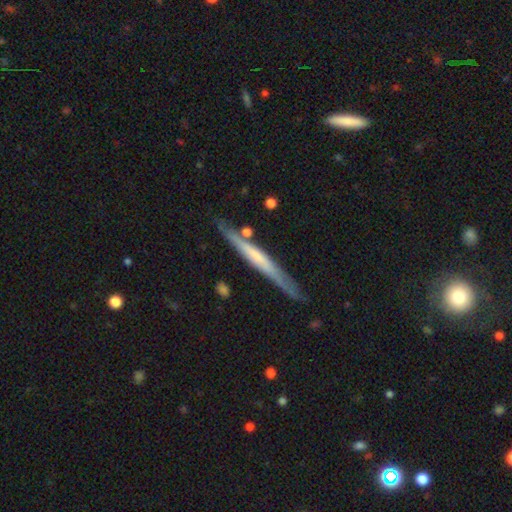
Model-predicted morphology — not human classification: Smooth or featured? featured or disk (56%)
Edge-on disk? yes (94%)
Edge-on bulge? none (64%)
Merging? none (79%)